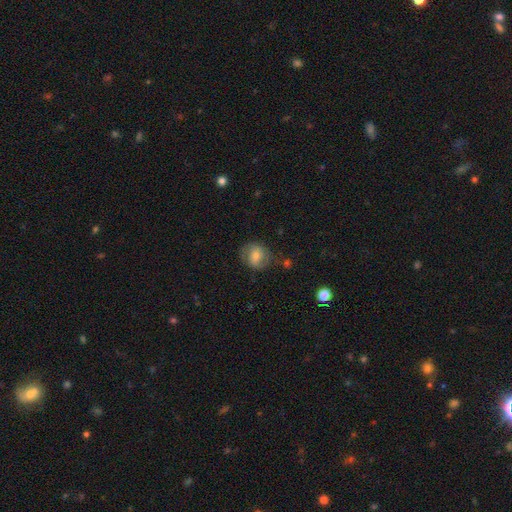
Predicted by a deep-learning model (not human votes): smooth_or_featured: smooth (p=0.56) [alt: featured or disk p=0.36]
how_rounded: round (p=0.66) [alt: in between p=0.33]
merging: none (p=0.65) [alt: minor disturbance p=0.21]